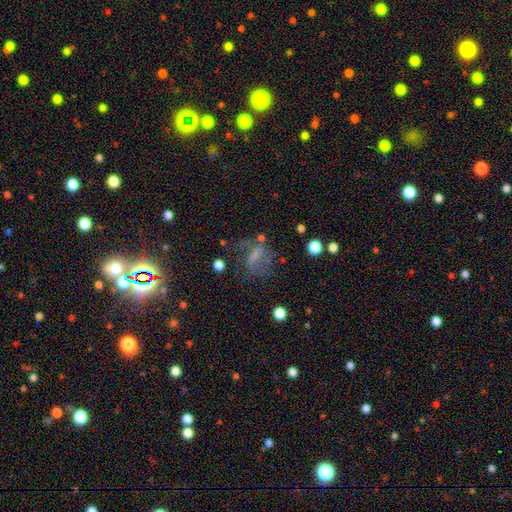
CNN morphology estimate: Q: Smooth or featured?
A: featured or disk (48%); runner-up: smooth (37%)
Q: Merging?
A: none (40%); runner-up: major disturbance (32%)